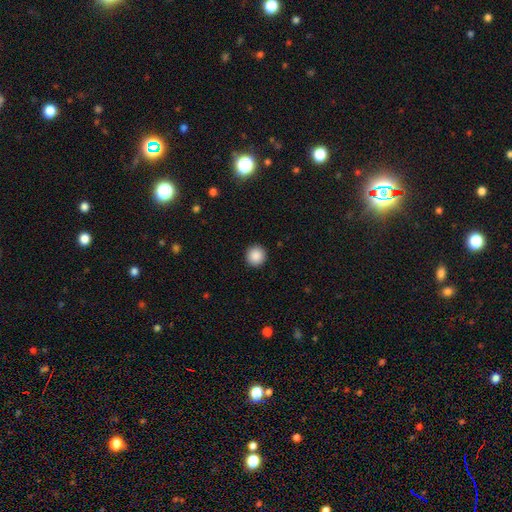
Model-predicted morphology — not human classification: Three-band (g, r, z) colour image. It shows a smooth galaxy with no disk features (88%) that is round (95%). Merging: none (93%).